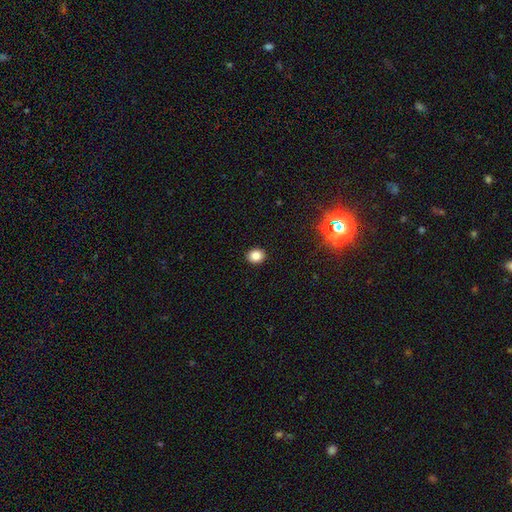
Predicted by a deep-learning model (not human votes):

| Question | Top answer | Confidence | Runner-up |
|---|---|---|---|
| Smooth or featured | smooth | 84% | star or artifact (11%) |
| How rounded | round | 64% | in between (35%) |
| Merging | none | 92% | minor disturbance (6%) |